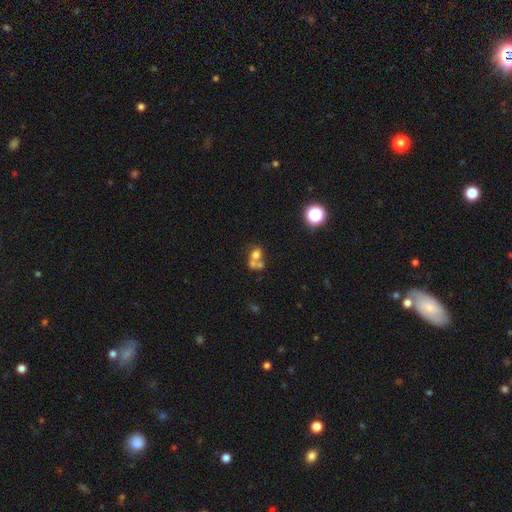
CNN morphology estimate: Smooth or featured?
  - smooth: 61% *
  - featured or disk: 23%
  - star or artifact: 16%
How rounded?
  - round: 63% *
  - in between: 36%
  - cigar-shaped: 1%
Merging?
  - merger: 61% *
  - none: 26%
  - minor disturbance: 7%
  - major disturbance: 6%